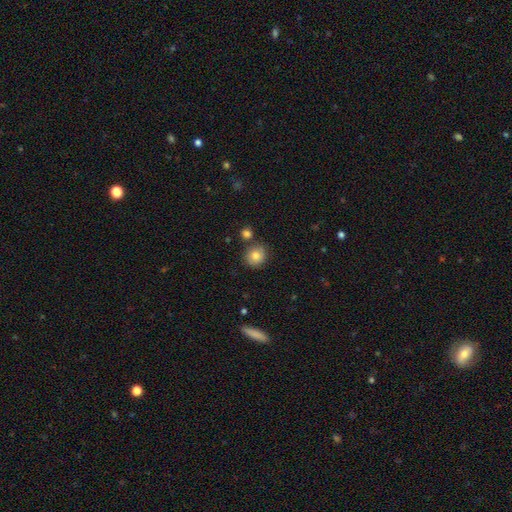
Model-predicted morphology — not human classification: Overall: smooth (81%). How rounded: round (83%). Merging: none (78%).